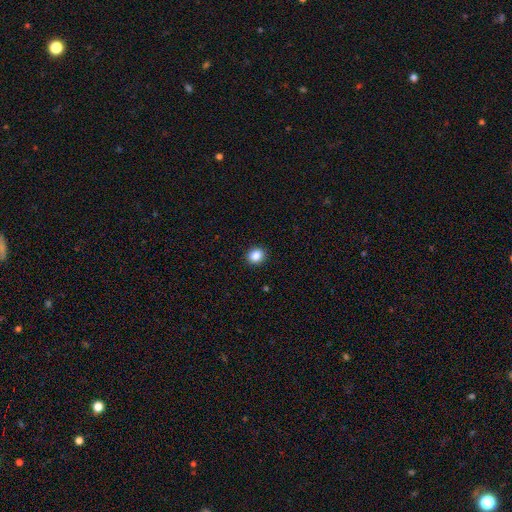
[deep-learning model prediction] Smooth or featured? smooth (86%)
How rounded? round (79%)
Merging? none (92%)